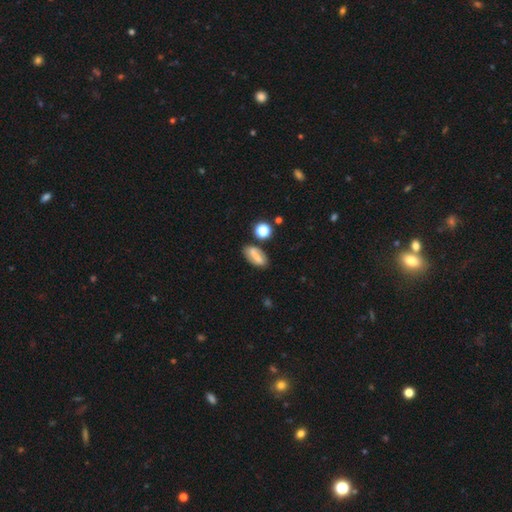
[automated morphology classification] Smooth or featured: smooth — 58% (featured or disk — 31%)
How rounded: in between — 73% (cigar-shaped — 18%)
Merging: none — 76% (minor disturbance — 14%)